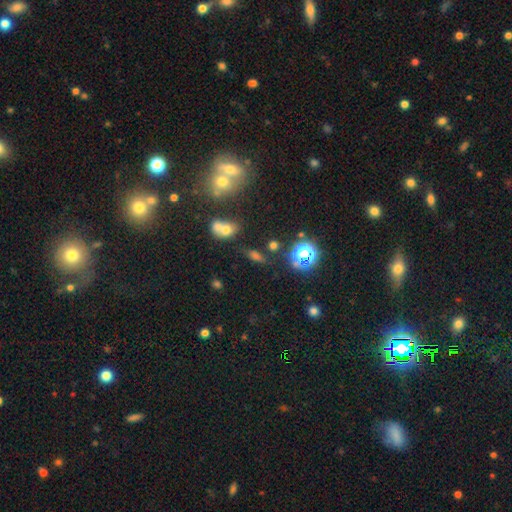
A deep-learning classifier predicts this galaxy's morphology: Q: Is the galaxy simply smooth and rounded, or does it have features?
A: smooth — 49%.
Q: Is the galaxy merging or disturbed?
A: none — 62%.